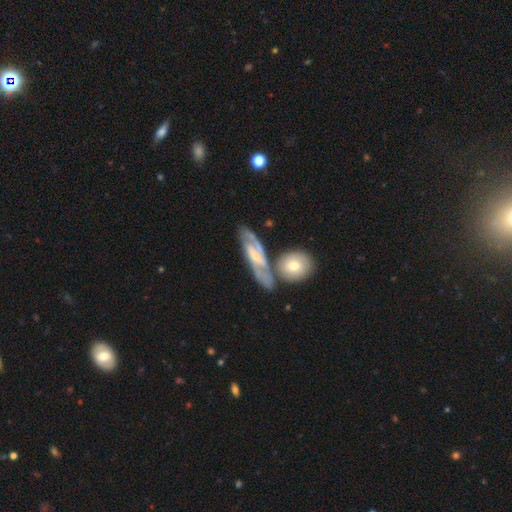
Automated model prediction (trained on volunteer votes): The model was most divided on "bar": weak: 44%, strong: 35%, no: 21%. More confident: spiral arms — yes (93%); edge-on disk — no (87%); spiral arm count — 2 (82%); smooth or featured — featured or disk (80%); merging — none (60%); bulge size — small (60%); spiral winding — medium (51%).